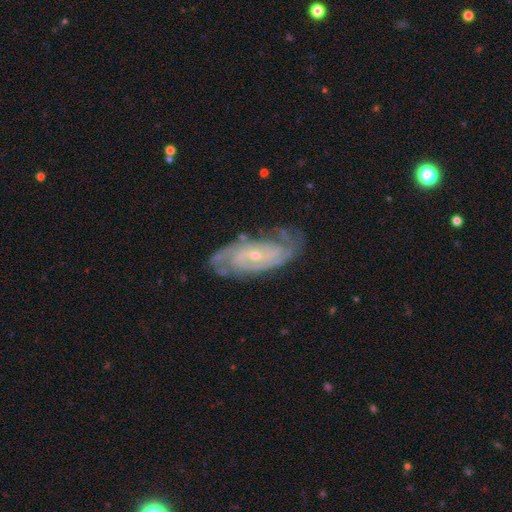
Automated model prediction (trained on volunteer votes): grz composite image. It shows a featured or disk galaxy (88%) with no bar (54%), 2 (40%) tight (60%) spiral arms (97%) and a small central bulge (69%). Merging: none (73%).